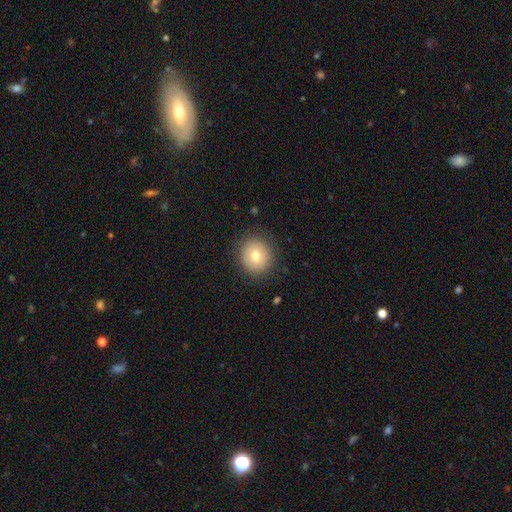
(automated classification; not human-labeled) A smooth galaxy with no disk features (74%) that is round (86%). Merging: none (87%).